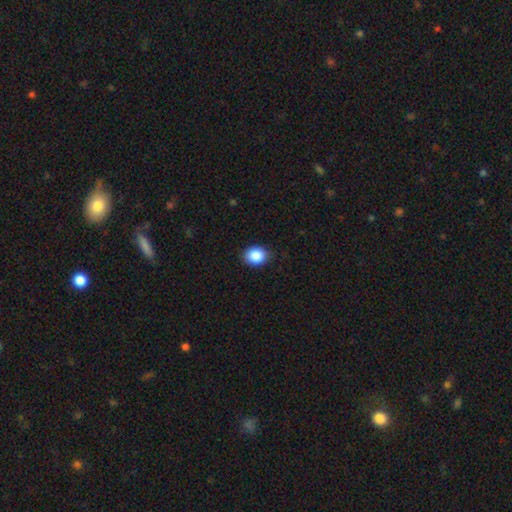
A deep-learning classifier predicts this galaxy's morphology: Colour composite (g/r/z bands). It shows a smooth galaxy with no disk features (88%) that is in between round and cigar-shaped (50%). Merging: none (87%).